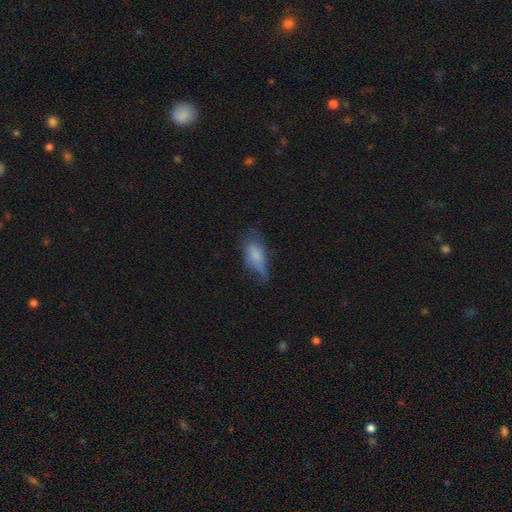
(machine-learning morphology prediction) Smooth or featured?
  - smooth: 73% *
  - featured or disk: 18%
  - star or artifact: 9%
How rounded?
  - in between: 82% *
  - cigar-shaped: 14%
  - round: 3%
Merging?
  - none: 40% *
  - minor disturbance: 36%
  - major disturbance: 21%
  - merger: 2%